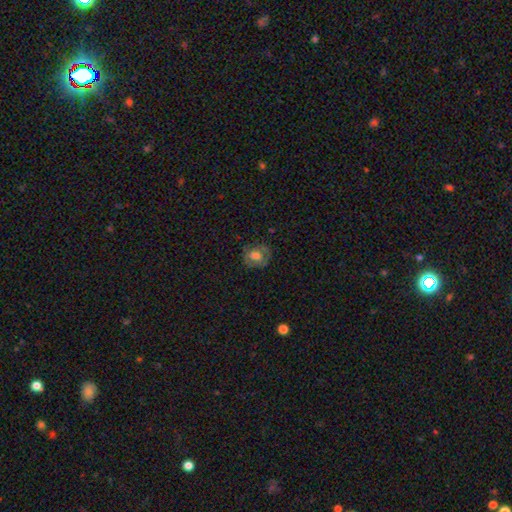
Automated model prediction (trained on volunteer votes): A smooth galaxy with no disk features (54%) that is round (62%).

Vote fractions:
- Smooth or featured? smooth: 54% / featured or disk: 38% / star or artifact: 9%
- How rounded? round: 62% / in between: 37% / cigar-shaped: 1%
- Merging? none: 71% / minor disturbance: 19% / major disturbance: 8% / merger: 1%